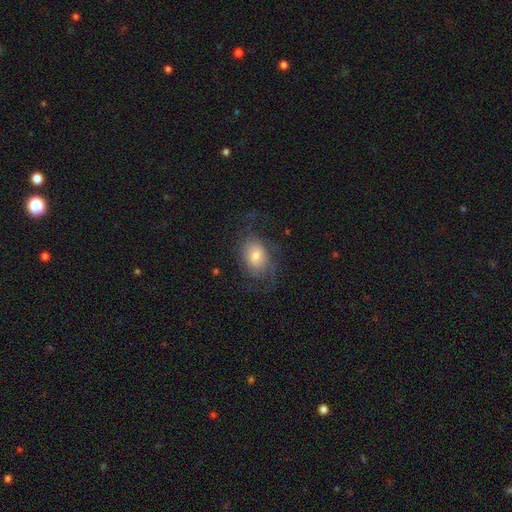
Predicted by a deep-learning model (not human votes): smooth_or_featured: featured or disk (p=0.49) [alt: smooth p=0.38]
merging: none (p=0.61) [alt: minor disturbance p=0.19]